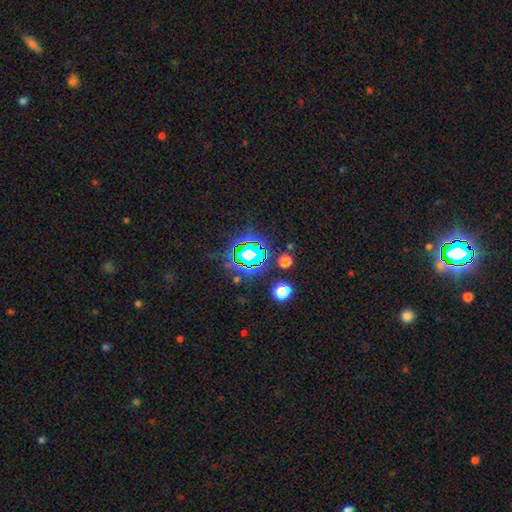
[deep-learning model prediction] This appears to be a star or artifact, not a galaxy (72%).